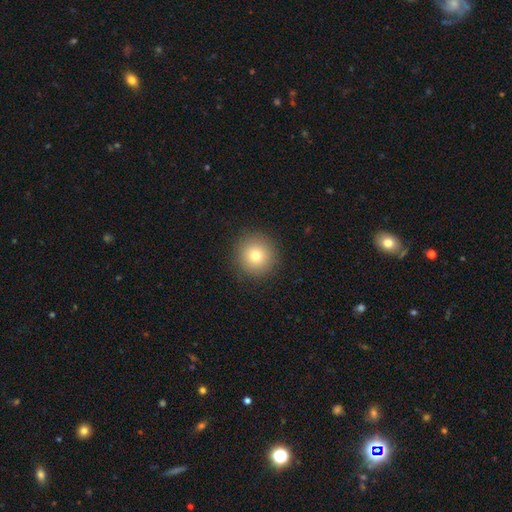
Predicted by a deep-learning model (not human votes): This appears to be a smooth galaxy with no disk features (77%) that is round (95%). Merging: none (90%).